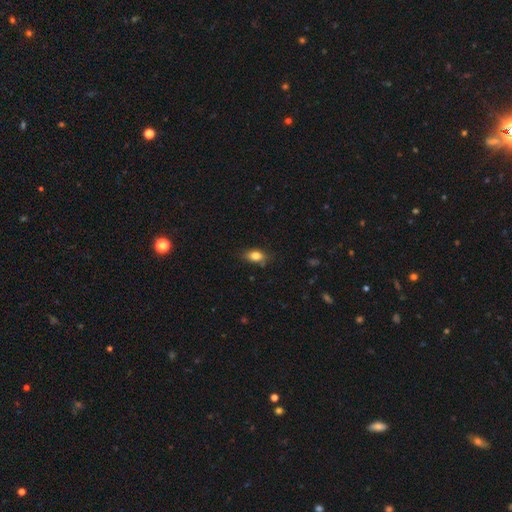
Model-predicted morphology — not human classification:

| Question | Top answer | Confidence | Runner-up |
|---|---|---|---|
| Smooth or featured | smooth | 80% | featured or disk (11%) |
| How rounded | in between | 86% | round (9%) |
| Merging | none | 78% | minor disturbance (17%) |